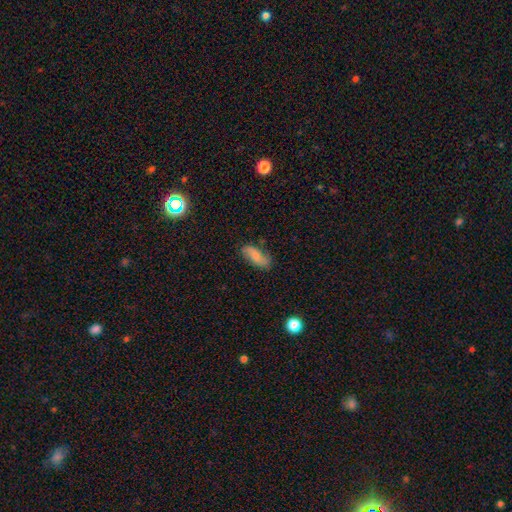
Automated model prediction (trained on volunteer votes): Morphology: type=smooth (60%); roundness=in between (80%); merging=none (72%).